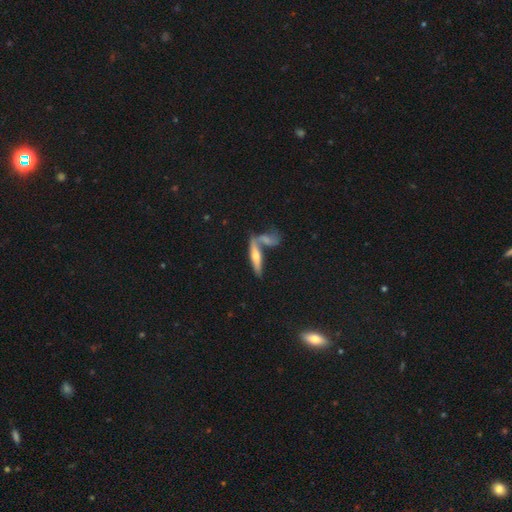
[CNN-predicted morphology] smooth-or-featured: featured or disk: 54% | smooth: 39% | star or artifact: 7%
  disk-edge-on: yes: 85% | no: 15%
  merging: none: 48% | merger: 37% | minor disturbance: 10% | major disturbance: 5%